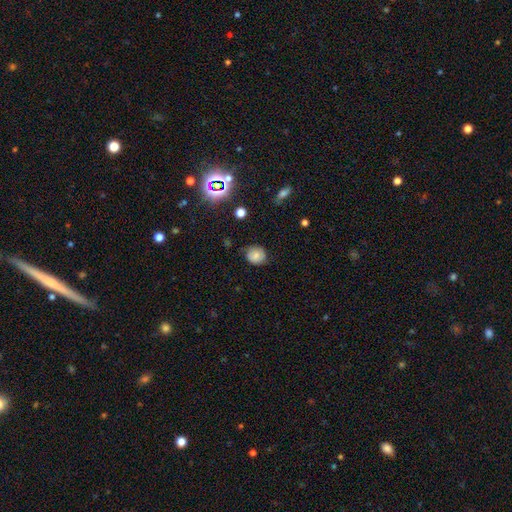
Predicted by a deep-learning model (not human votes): Smooth or featured? smooth (74%)
How rounded? round (75%)
Merging? none (69%)